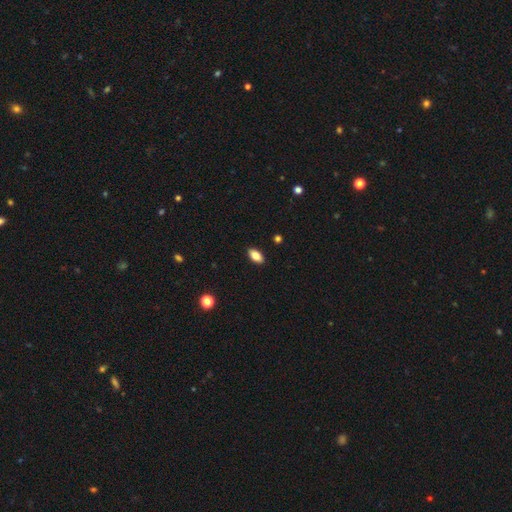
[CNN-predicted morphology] A smooth galaxy with no disk features (82%) that is in between round and cigar-shaped (91%). Merging: none (90%).